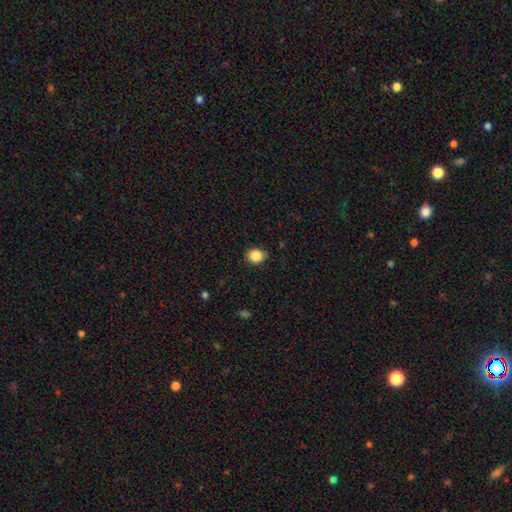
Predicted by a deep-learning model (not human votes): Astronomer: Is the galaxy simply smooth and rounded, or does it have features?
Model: smooth — 86%.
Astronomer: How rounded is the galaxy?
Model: round — 71%.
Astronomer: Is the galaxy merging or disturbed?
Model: none — 81%.